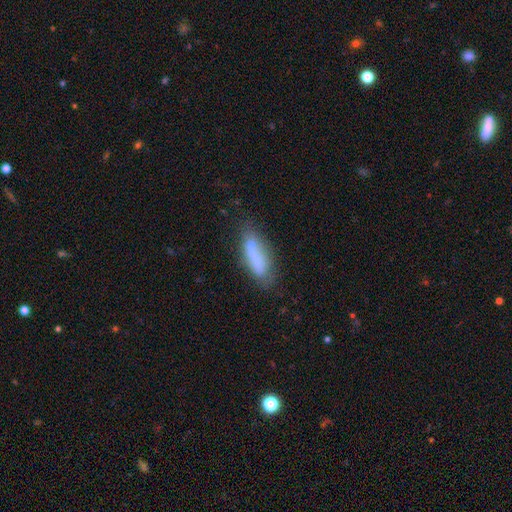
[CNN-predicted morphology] Overall: smooth (66%). How rounded: in between (52%; cigar-shaped 46%). Merging: none (51%; minor disturbance 24%).